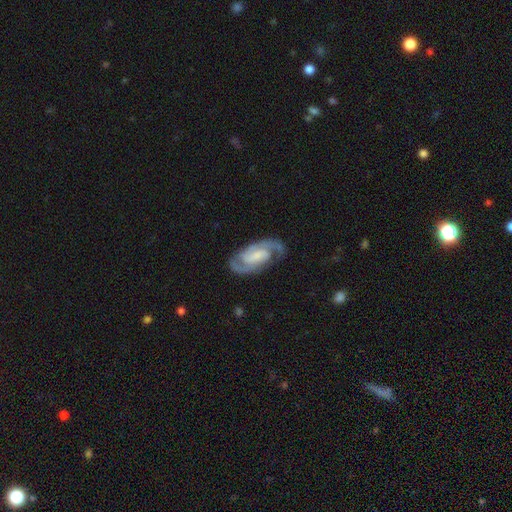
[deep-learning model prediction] Smooth or featured: featured or disk — 89% (smooth — 6%)
Edge-on disk: no — 97% (yes — 3%)
Bar: weak — 45% (no — 34%)
Spiral arms: yes — 98% (no — 2%)
Spiral winding: medium — 50% (tight — 41%)
Spiral arm count: 2 — 91% (can't tell — 3%)
Bulge size: small — 37% (none — 27%)
Merging: none — 80% (minor disturbance — 14%)